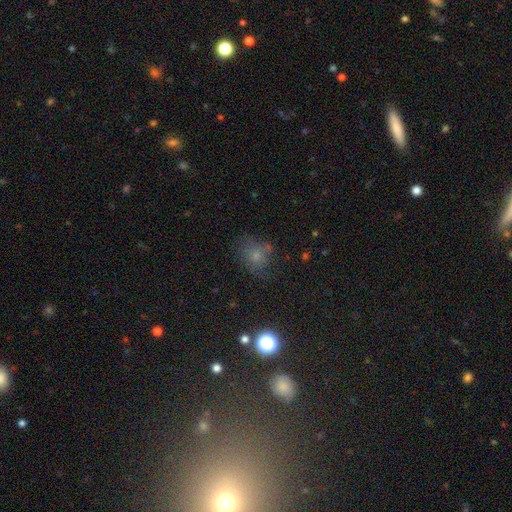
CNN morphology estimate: smooth-or-featured: smooth: 66% | star or artifact: 21% | featured or disk: 13%
  how-rounded: round: 68% | in between: 31% | cigar-shaped: 1%
  merging: none: 60% | minor disturbance: 21% | major disturbance: 11% | merger: 8%